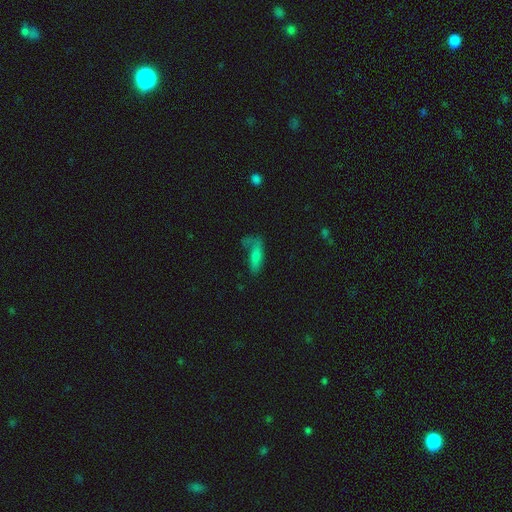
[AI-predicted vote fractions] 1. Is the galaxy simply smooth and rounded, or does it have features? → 69% smooth, 21% featured or disk, 10% star or artifact.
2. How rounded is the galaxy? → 54% in between, 43% cigar-shaped, 3% round.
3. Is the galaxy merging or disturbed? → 41% none, 25% minor disturbance, 24% major disturbance, 10% merger.